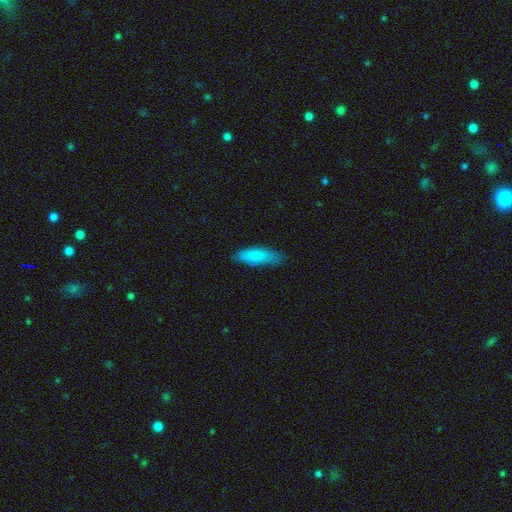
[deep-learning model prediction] Smooth or featured: smooth — 84% (featured or disk — 11%)
How rounded: cigar-shaped — 56% (in between — 43%)
Merging: none — 76% (minor disturbance — 19%)